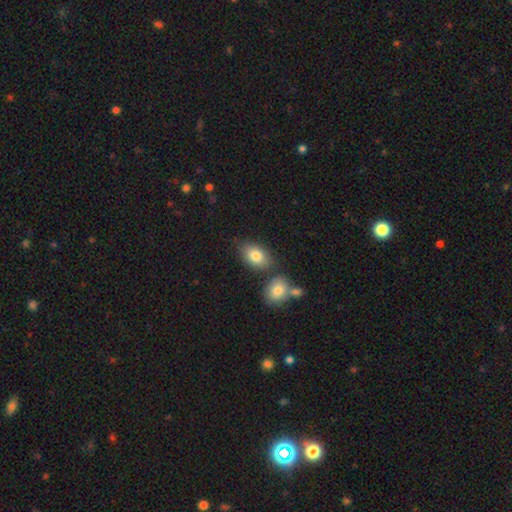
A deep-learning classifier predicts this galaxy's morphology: This appears to be a smooth galaxy with no disk features (81%) that is in between round and cigar-shaped (85%). Merging: none (67%).